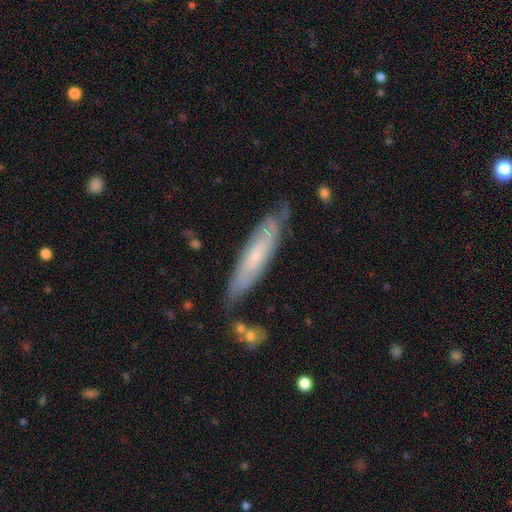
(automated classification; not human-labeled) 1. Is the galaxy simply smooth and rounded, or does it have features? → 57% featured or disk, 36% smooth, 7% star or artifact.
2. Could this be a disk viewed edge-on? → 58% no, 42% yes.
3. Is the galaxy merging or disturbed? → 72% none, 20% minor disturbance, 5% major disturbance, 3% merger.